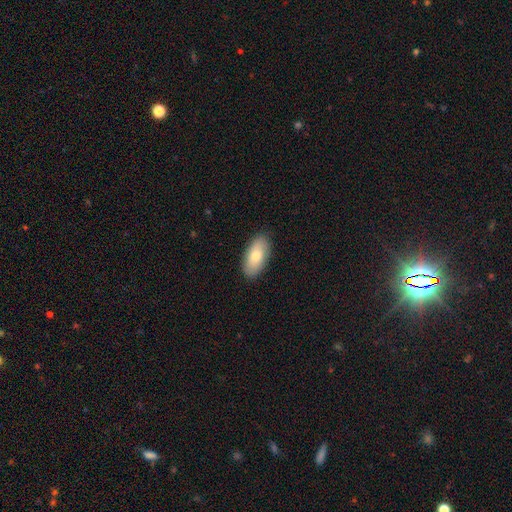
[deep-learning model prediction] Smooth or featured?
  - smooth: 76% *
  - featured or disk: 19%
  - star or artifact: 6%
How rounded?
  - in between: 92% *
  - cigar-shaped: 5%
  - round: 3%
Merging?
  - none: 88% *
  - minor disturbance: 9%
  - major disturbance: 2%
  - merger: 1%